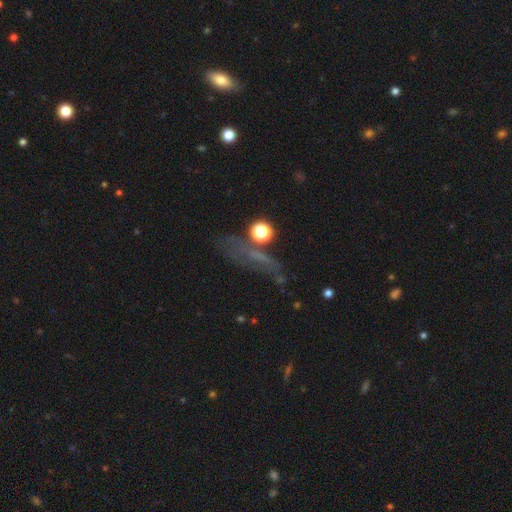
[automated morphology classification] Smooth or featured?
  - star or artifact: 39% *
  - smooth: 35%
  - featured or disk: 26%